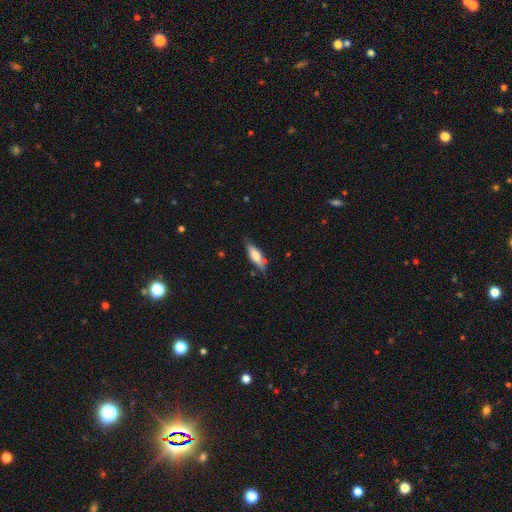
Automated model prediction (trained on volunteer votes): Smooth or featured? Predicted: smooth (p=0.71). How rounded? Predicted: in between (p=0.52). Merging? Predicted: none (p=0.70).